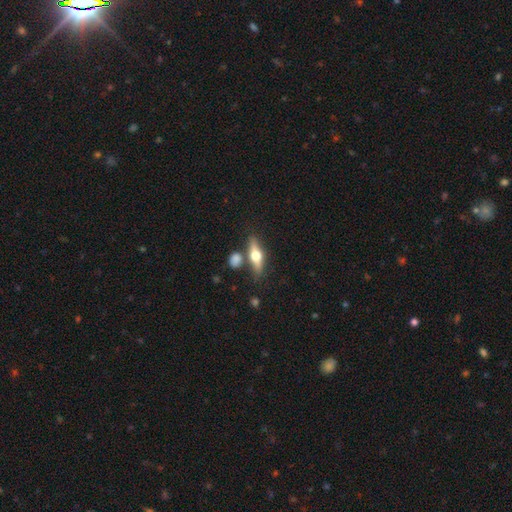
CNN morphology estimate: smooth-or-featured: featured or disk: 57% | smooth: 37% | star or artifact: 7%
  disk-edge-on: yes: 92% | no: 8%
    edge-on-bulge: rounded: 96% | boxy: 3% | none: 2%
  merging: none: 73% | minor disturbance: 12% | merger: 11% | major disturbance: 4%